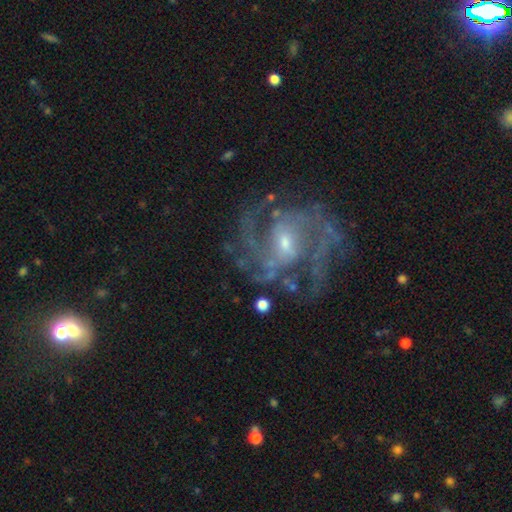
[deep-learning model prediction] Smooth or featured?
  - featured or disk: 86% *
  - star or artifact: 10%
  - smooth: 4%
Edge-on disk?
  - no: 97% *
  - yes: 3%
Bar?
  - weak: 48% *
  - no: 32%
  - strong: 20%
Spiral arms?
  - yes: 96% *
  - no: 4%
Spiral winding?
  - medium: 47% *
  - tight: 39%
  - loose: 13%
Spiral arm count?
  - 2: 28% *
  - 3: 24%
  - can't tell: 22%
  - 4: 12%
  - more than 4: 7%
  - 1: 7%
Bulge size?
  - small: 61% *
  - moderate: 33%
  - none: 3%
  - large: 2%
  - dominant: 1%
Merging?
  - none: 71% *
  - minor disturbance: 15%
  - major disturbance: 12%
  - merger: 2%